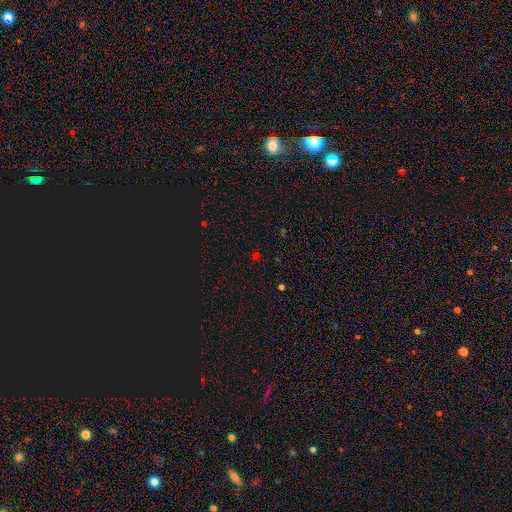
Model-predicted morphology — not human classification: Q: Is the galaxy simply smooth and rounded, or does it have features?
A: star or artifact — 52%.